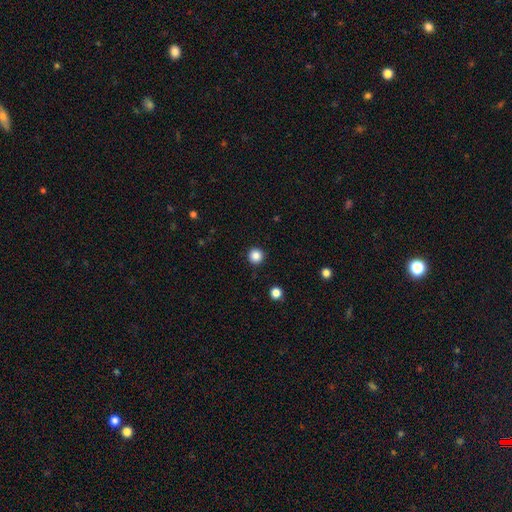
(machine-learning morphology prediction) This appears to be a smooth galaxy with no disk features (86%) that is round (96%). Merging: none (93%).